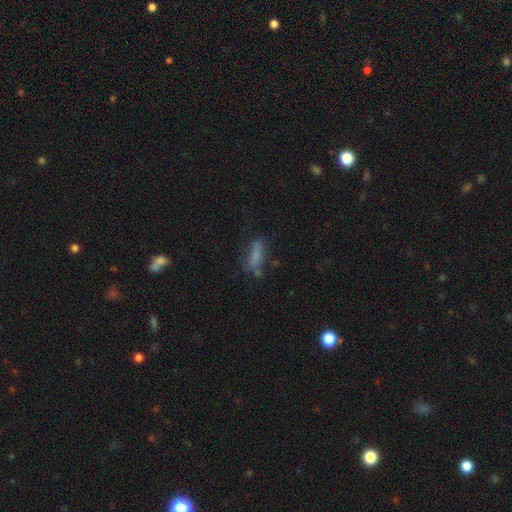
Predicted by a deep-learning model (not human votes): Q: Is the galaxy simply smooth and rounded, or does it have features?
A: smooth — 69%.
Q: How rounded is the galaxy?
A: cigar-shaped — 53%.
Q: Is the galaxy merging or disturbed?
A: none — 57%.